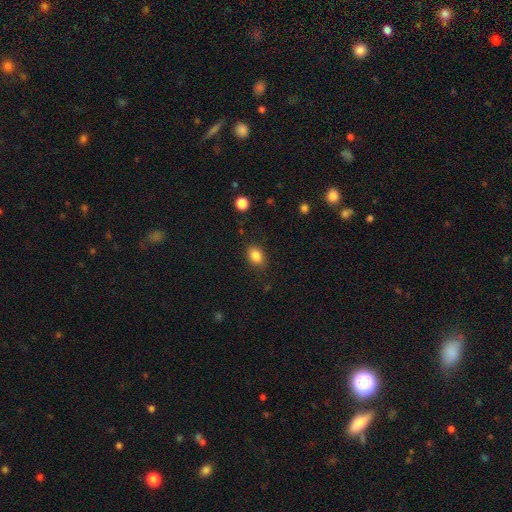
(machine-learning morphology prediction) A smooth galaxy with no disk features (85%) that is in between round and cigar-shaped (71%). Merging: none (85%).